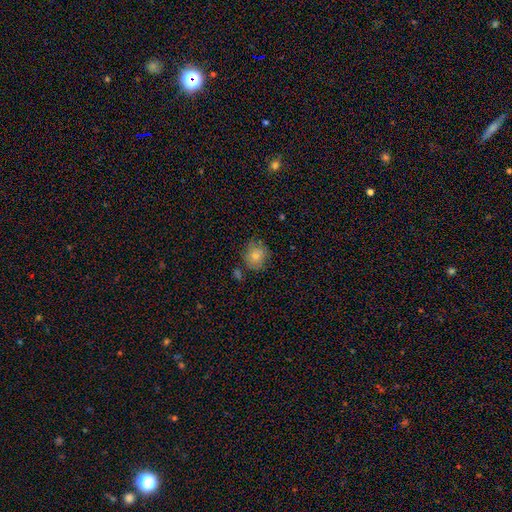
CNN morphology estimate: This appears to be a smooth galaxy with no disk features (78%) that is round (77%). Merging: none (71%).